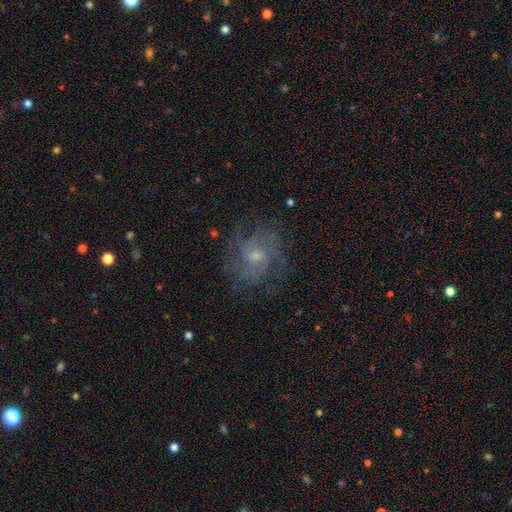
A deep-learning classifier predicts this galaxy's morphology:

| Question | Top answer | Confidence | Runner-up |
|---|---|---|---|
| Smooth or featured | featured or disk | 75% | smooth (15%) |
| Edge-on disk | no | 97% | yes (3%) |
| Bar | no | 60% | weak (35%) |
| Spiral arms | yes | 89% | no (11%) |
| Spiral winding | medium | 47% | tight (35%) |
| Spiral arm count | can't tell | 34% | 3 (22%) |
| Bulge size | small | 52% | moderate (41%) |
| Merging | none | 69% | minor disturbance (17%) |